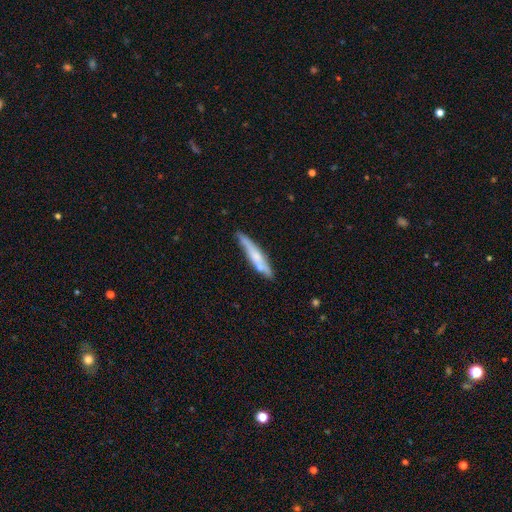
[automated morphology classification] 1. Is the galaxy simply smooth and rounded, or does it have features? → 51% smooth, 43% featured or disk, 6% star or artifact.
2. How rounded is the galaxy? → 90% cigar-shaped, 8% in between, 2% round.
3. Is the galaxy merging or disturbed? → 69% none, 20% minor disturbance, 8% merger, 4% major disturbance.